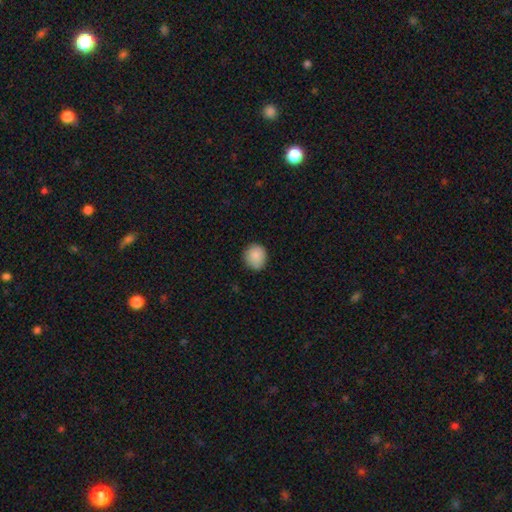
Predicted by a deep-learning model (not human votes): Overall: smooth (87%). How rounded: round (88%). Merging: none (85%).